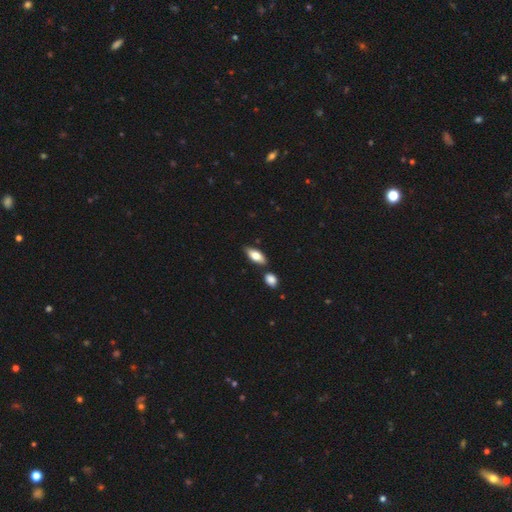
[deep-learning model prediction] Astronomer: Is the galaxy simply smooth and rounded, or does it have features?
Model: smooth — 73%.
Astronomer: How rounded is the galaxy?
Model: in between — 83%.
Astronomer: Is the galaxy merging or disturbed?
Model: none — 75%.